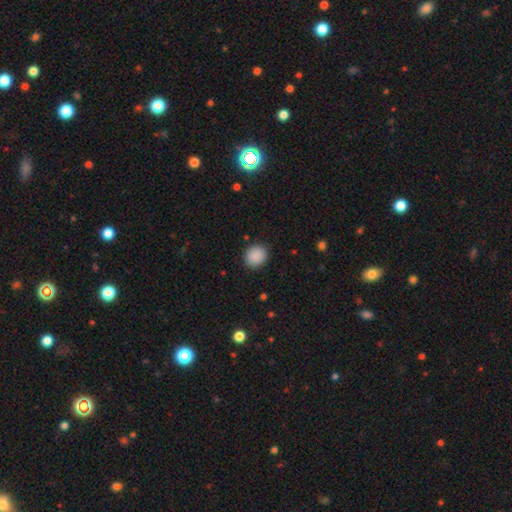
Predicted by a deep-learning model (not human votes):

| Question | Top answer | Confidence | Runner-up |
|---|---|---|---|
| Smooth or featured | smooth | 89% | star or artifact (8%) |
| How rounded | round | 84% | in between (15%) |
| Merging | none | 89% | minor disturbance (8%) |